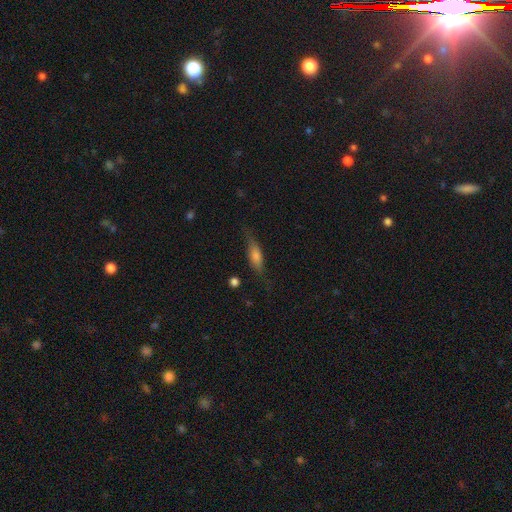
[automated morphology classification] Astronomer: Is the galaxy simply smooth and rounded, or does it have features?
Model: smooth — 61%.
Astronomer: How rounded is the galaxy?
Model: cigar-shaped — 50% (runner-up: in between, 46%).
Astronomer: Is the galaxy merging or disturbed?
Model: none — 70%.